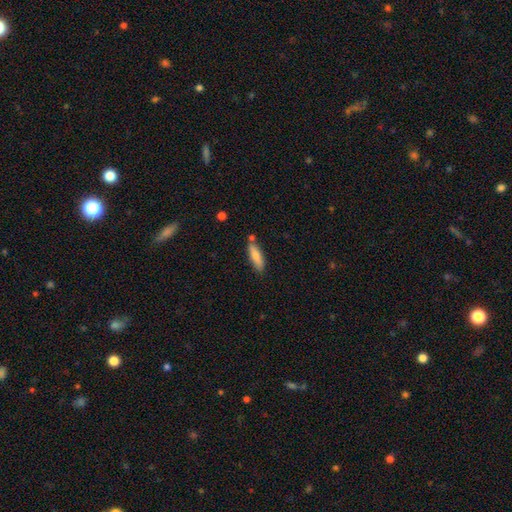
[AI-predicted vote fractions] A smooth galaxy with no disk features (79%) that is cigar-shaped (58%). Merging: none (73%).